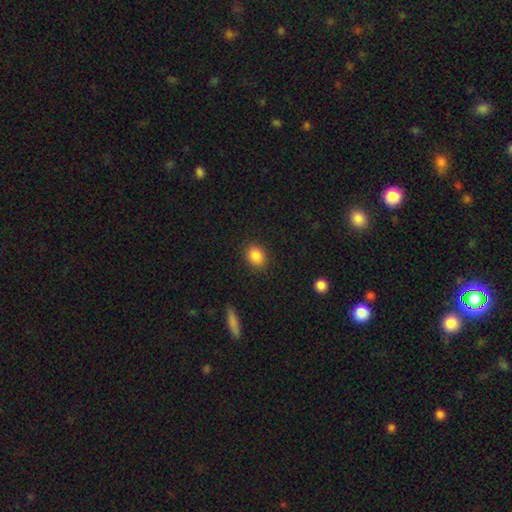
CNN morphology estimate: The model was most divided on "how rounded": round: 54%, in between: 45%, cigar-shaped: 1%. More confident: merging — none (88%); smooth or featured — smooth (86%).